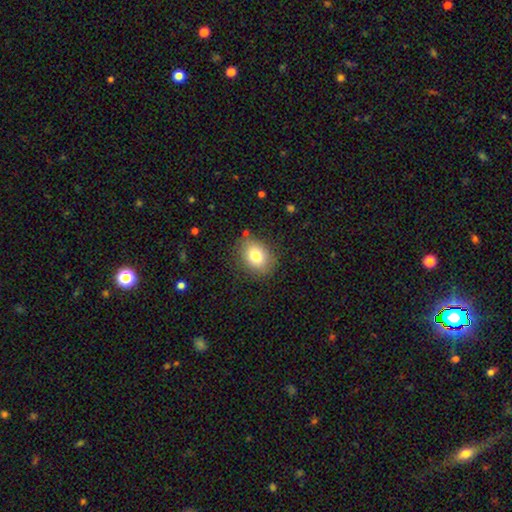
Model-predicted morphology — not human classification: This is likely a smooth galaxy (79%). How rounded: likely in between (61%). Merging: clearly none (82%).